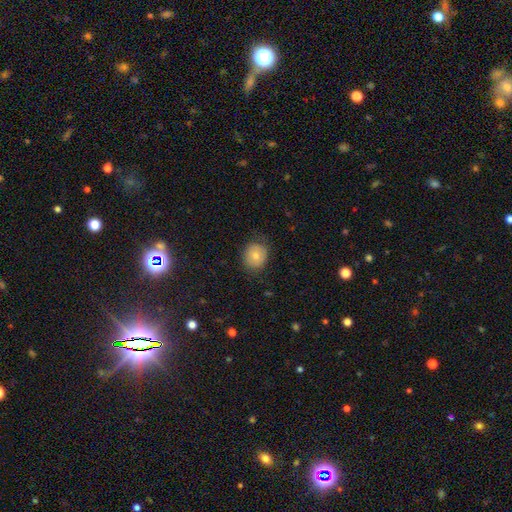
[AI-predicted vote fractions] Overall: smooth (74%). How rounded: round (76%). Merging: none (78%).